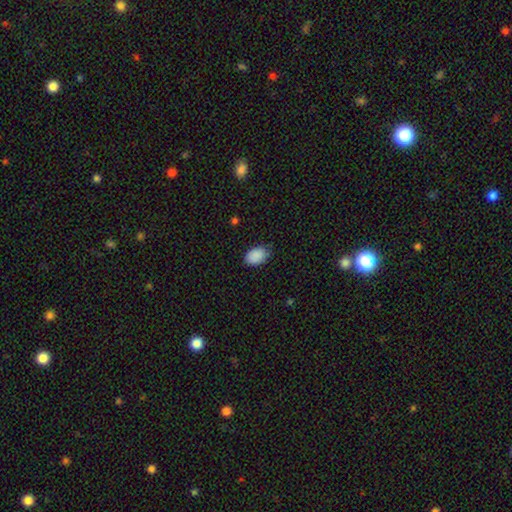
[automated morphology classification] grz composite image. It shows a smooth galaxy with no disk features (89%) that is in between round and cigar-shaped (87%). Merging: none (73%).